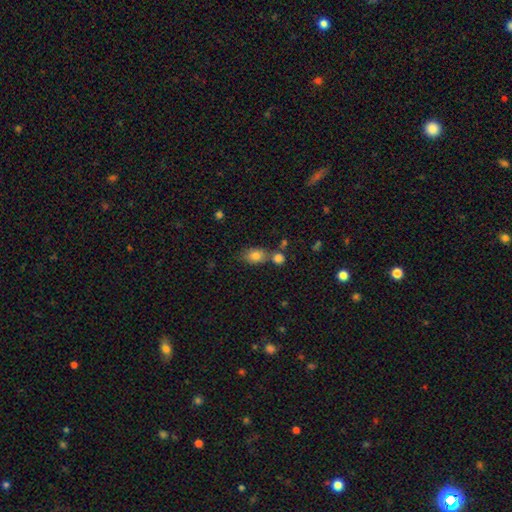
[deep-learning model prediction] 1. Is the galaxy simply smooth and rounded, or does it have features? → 81% smooth, 9% star or artifact, 9% featured or disk.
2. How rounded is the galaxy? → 73% in between, 26% round, 2% cigar-shaped.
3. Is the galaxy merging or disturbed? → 54% none, 28% merger, 13% minor disturbance, 4% major disturbance.